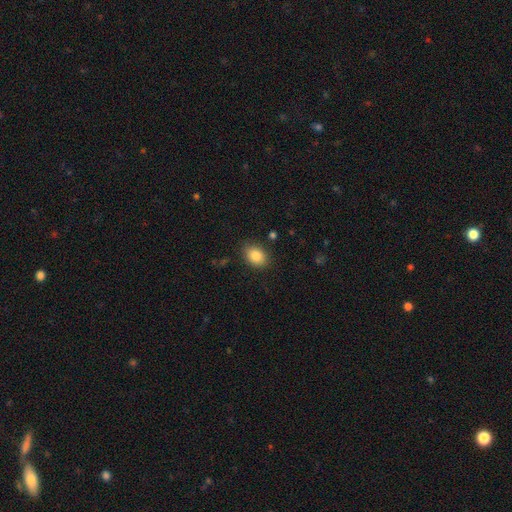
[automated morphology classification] This appears to be a smooth galaxy with no disk features (85%) that is in between round and cigar-shaped (74%). Merging: none (83%).